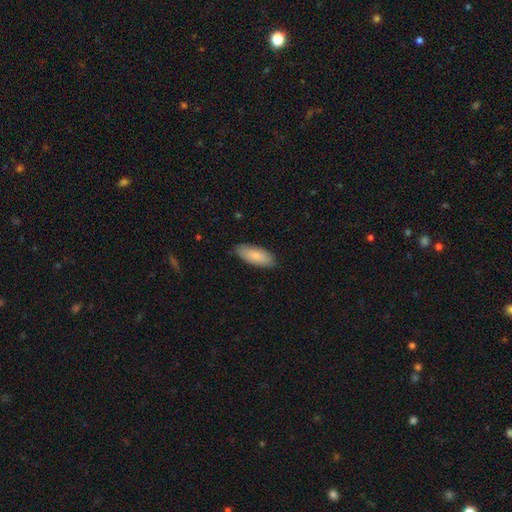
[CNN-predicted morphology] type=smooth (82%); roundness=in between (83%); merging=none (85%).